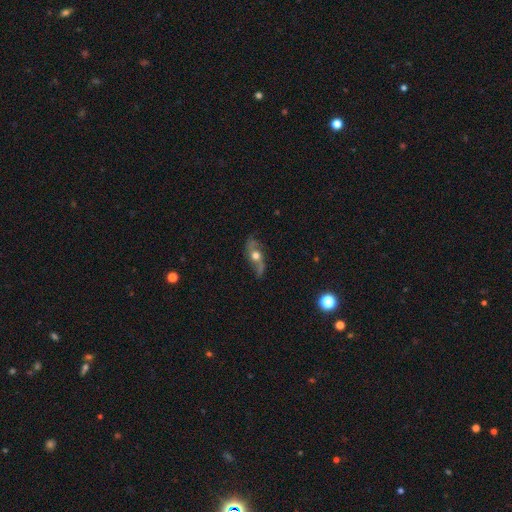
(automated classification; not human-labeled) Smooth or featured? featured or disk (76%)
Edge-on disk? no (84%)
Bar? no (72%)
Spiral arms? yes (90%)
Spiral winding? loose (78%)
Spiral arm count? 2 (91%)
Bulge size? moderate (70%)
Merging? none (69%)